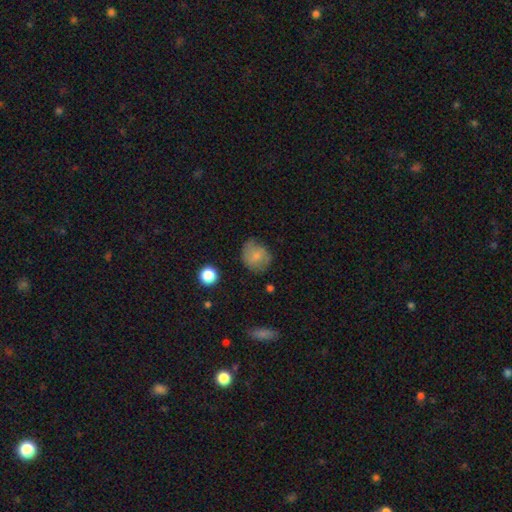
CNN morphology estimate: Smooth or featured?
  - smooth: 73% *
  - featured or disk: 17%
  - star or artifact: 9%
How rounded?
  - round: 73% *
  - in between: 26%
  - cigar-shaped: 1%
Merging?
  - none: 59% *
  - minor disturbance: 29%
  - major disturbance: 10%
  - merger: 2%